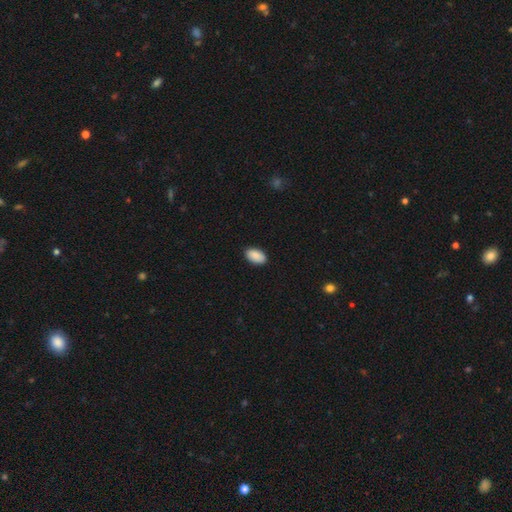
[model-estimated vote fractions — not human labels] smooth-or-featured: smooth: 90% | star or artifact: 7% | featured or disk: 3%
  how-rounded: in between: 94% | round: 5% | cigar-shaped: 1%
  merging: none: 89% | minor disturbance: 8% | major disturbance: 2% | merger: 1%